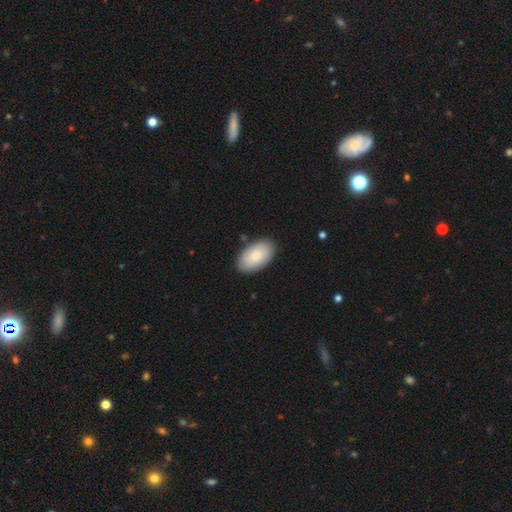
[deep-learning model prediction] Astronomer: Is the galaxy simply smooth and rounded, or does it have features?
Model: smooth — 85%.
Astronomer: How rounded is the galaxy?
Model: in between — 95%.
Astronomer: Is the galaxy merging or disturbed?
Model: none — 86%.